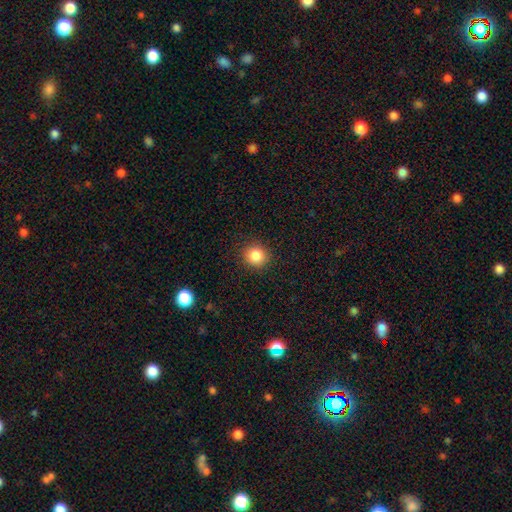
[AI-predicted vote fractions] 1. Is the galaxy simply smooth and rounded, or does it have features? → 87% smooth, 10% star or artifact, 4% featured or disk.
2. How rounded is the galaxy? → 89% round, 10% in between, 1% cigar-shaped.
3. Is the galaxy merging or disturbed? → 91% none, 6% minor disturbance, 2% major disturbance, 1% merger.